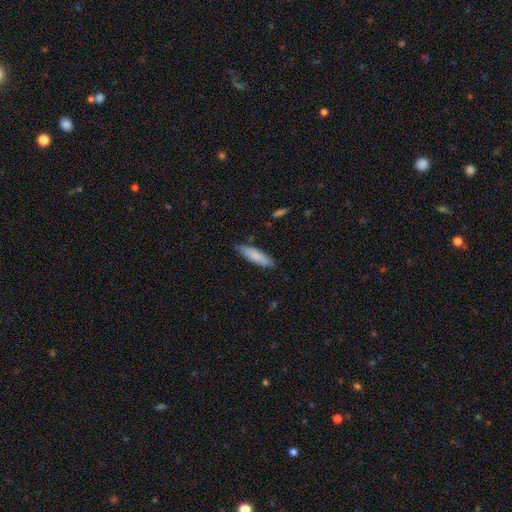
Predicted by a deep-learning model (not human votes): smooth 81%, featured or disk 14%, star or artifact 6%. Down the decision tree: how rounded — cigar-shaped (70%); merging — none (81%).